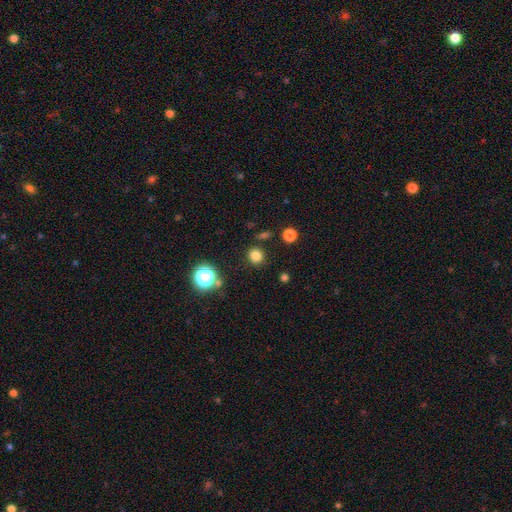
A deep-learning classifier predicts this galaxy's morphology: smooth 80%, star or artifact 15%, featured or disk 4%. Down the decision tree: how rounded — round (91%); merging — none (88%).